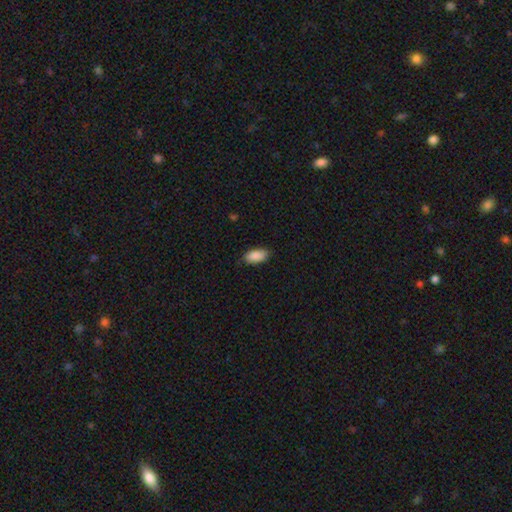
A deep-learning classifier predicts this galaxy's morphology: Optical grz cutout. It shows a smooth galaxy with no disk features (90%) that is in between round and cigar-shaped (93%). Merging: none (84%).